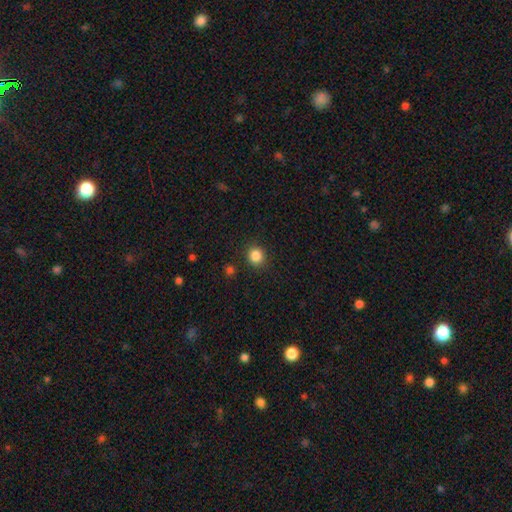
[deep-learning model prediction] smooth-or-featured: smooth: 85% | star or artifact: 11% | featured or disk: 4%
  how-rounded: round: 88% | in between: 11% | cigar-shaped: 1%
  merging: none: 89% | minor disturbance: 6% | major disturbance: 2% | merger: 2%